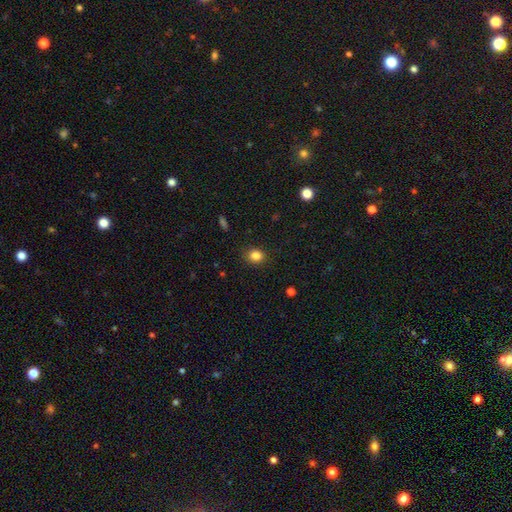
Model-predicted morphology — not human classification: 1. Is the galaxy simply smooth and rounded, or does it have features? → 84% smooth, 11% star or artifact, 4% featured or disk.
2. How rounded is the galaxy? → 70% round, 29% in between, 1% cigar-shaped.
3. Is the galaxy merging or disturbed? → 88% none, 8% minor disturbance, 2% major disturbance, 1% merger.